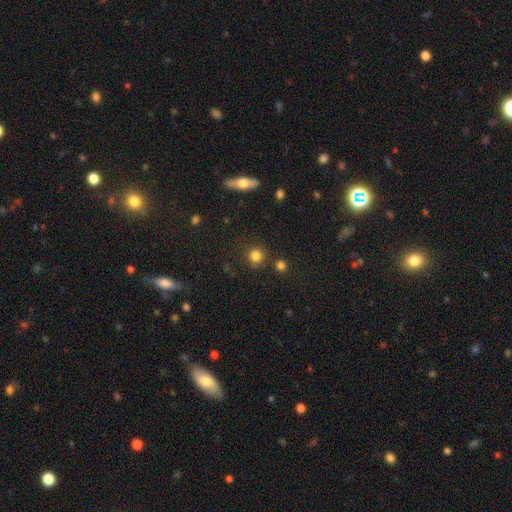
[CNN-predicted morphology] A smooth galaxy with no disk features (81%) that is round (90%).

Vote fractions:
- Smooth or featured? smooth: 81% / star or artifact: 13% / featured or disk: 6%
- How rounded? round: 90% / in between: 9% / cigar-shaped: 1%
- Merging? none: 82% / minor disturbance: 9% / merger: 6% / major disturbance: 3%